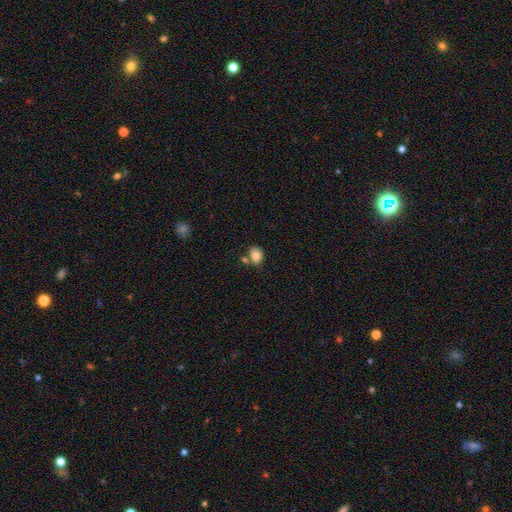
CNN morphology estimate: This is clearly a smooth galaxy (81%). How rounded: possibly in between (53%). Merging: likely none (64%).